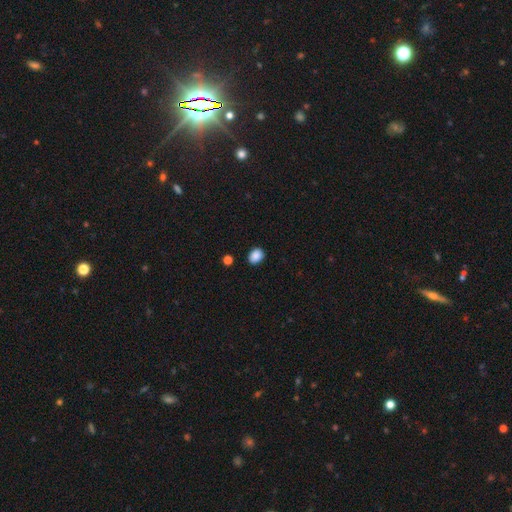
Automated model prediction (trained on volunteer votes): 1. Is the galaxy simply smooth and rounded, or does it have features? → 88% smooth, 9% star or artifact, 3% featured or disk.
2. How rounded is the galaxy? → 59% in between, 40% round, 1% cigar-shaped.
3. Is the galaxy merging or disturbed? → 86% none, 10% minor disturbance, 2% major disturbance, 2% merger.